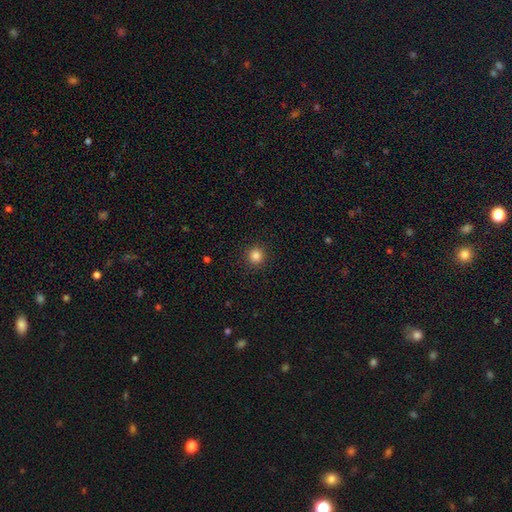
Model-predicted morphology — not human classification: Smooth or featured? Predicted: smooth (p=0.84). How rounded? Predicted: round (p=0.94). Merging? Predicted: none (p=0.92).